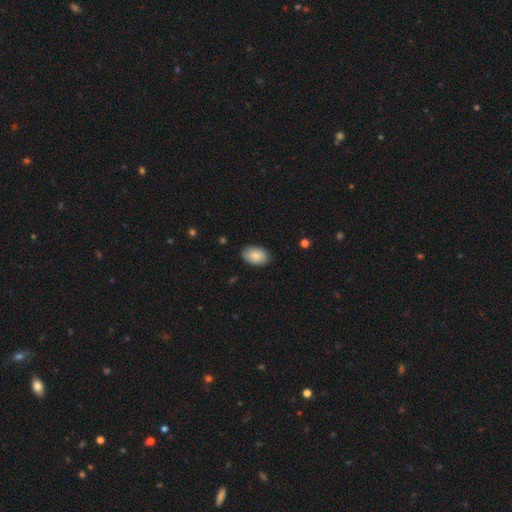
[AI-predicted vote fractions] Smooth or featured?
  - smooth: 87% *
  - featured or disk: 7%
  - star or artifact: 6%
How rounded?
  - in between: 91% *
  - round: 7%
  - cigar-shaped: 1%
Merging?
  - none: 87% *
  - minor disturbance: 10%
  - major disturbance: 2%
  - merger: 1%